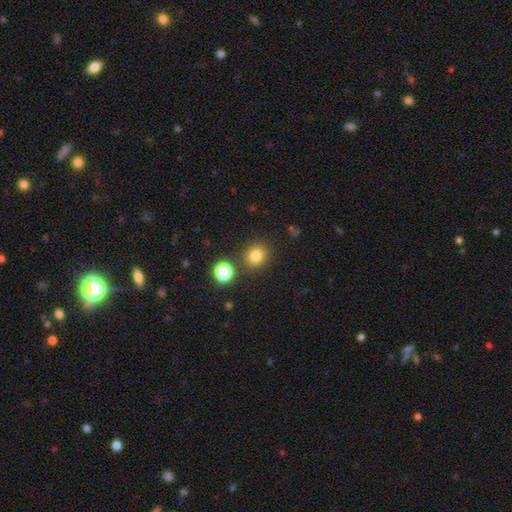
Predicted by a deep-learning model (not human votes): Morphology: type=smooth (78%); roundness=round (78%); merging=none (83%).